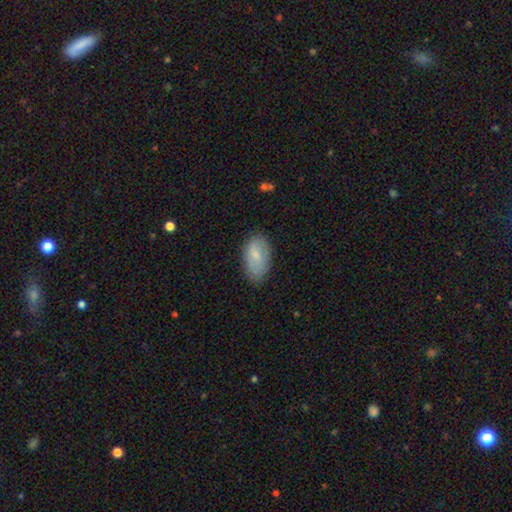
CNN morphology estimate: Smooth or featured? Predicted: smooth (p=0.74). How rounded? Predicted: in between (p=0.94). Merging? Predicted: none (p=0.72).